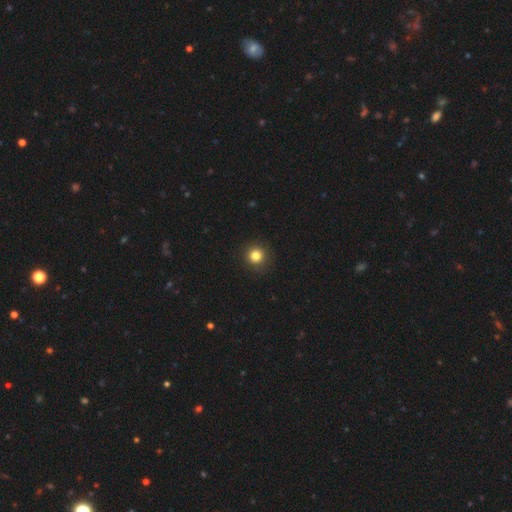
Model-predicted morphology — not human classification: This appears to be a smooth galaxy with no disk features (83%) that is round (94%). Merging: none (91%).